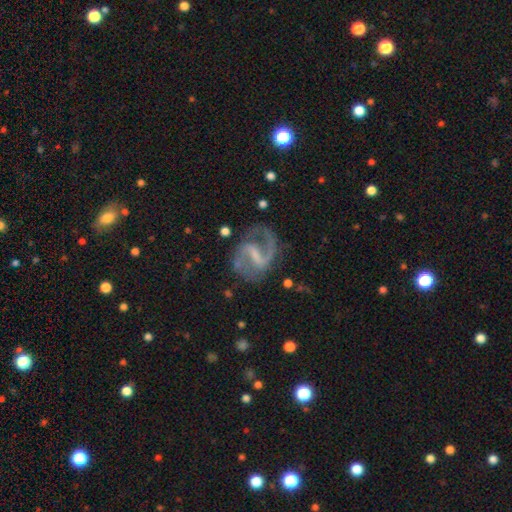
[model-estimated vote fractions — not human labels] smooth-or-featured: featured or disk: 90% | smooth: 5% | star or artifact: 5%
  disk-edge-on: no: 98% | yes: 2%
    bar: strong: 45% | weak: 44% | no: 11%
    has-spiral-arms: yes: 96% | no: 4%
      spiral-winding: medium: 56% | loose: 31% | tight: 13%
      spiral-arm-count: 2: 90% | 1: 4% | can't tell: 3% | 3: 1% | 4: 1% | more than 4: 1%
    bulge-size: none: 41% | small: 38% | moderate: 17% | large: 2% | dominant: 1%
  merging: none: 73% | minor disturbance: 16% | major disturbance: 9% | merger: 2%